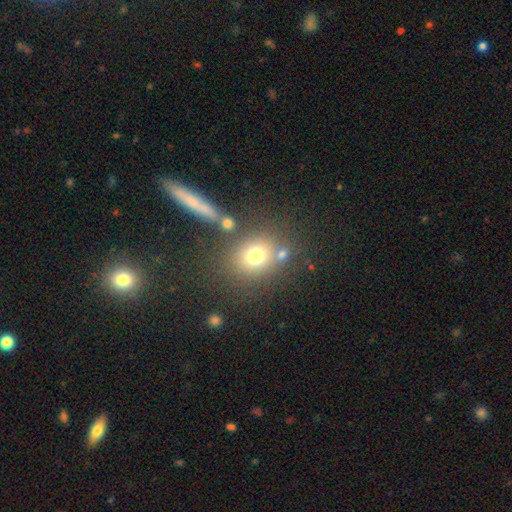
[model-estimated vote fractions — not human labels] A smooth galaxy with no disk features (72%) that is round (67%).

Vote fractions:
- Smooth or featured? smooth: 72% / star or artifact: 15% / featured or disk: 13%
- How rounded? round: 67% / in between: 32% / cigar-shaped: 2%
- Merging? none: 69% / merger: 13% / minor disturbance: 12% / major disturbance: 6%